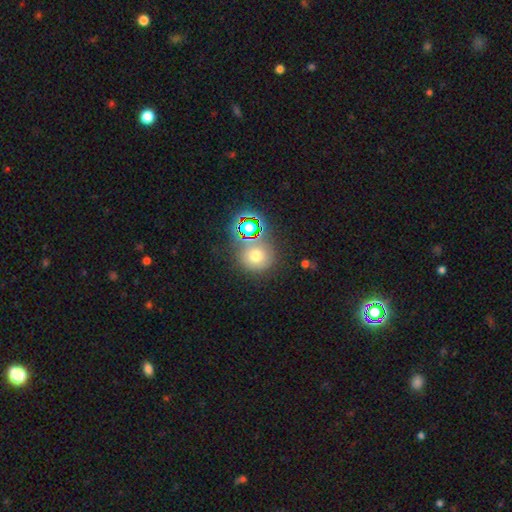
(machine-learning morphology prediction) A smooth galaxy with no disk features (63%) that is round (87%).

Vote fractions:
- Smooth or featured? smooth: 63% / star or artifact: 26% / featured or disk: 11%
- How rounded? round: 87% / in between: 12% / cigar-shaped: 1%
- Merging? none: 67% / merger: 15% / minor disturbance: 12% / major disturbance: 6%